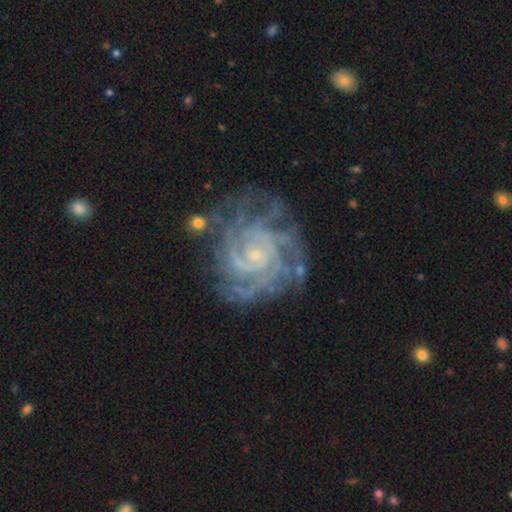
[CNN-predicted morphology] The model was most divided on "spiral arm count": 4: 24%, can't tell: 22%, 3: 18%, 2: 15%, more than 4: 13%, 1: 7%. More confident: edge-on disk — no (98%); spiral arms — yes (98%); smooth or featured — featured or disk (90%); bulge size — small (84%); spiral winding — tight (74%); bar — no (69%); merging — none (69%).